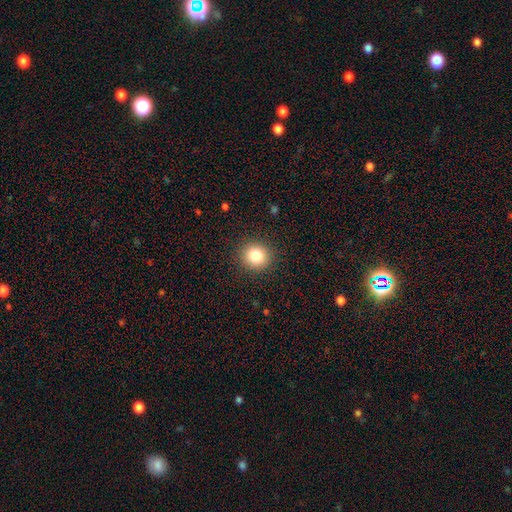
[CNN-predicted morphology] The model was most divided on "smooth or featured": smooth: 82%, star or artifact: 11%, featured or disk: 7%. More confident: merging — none (91%); how rounded — round (89%).